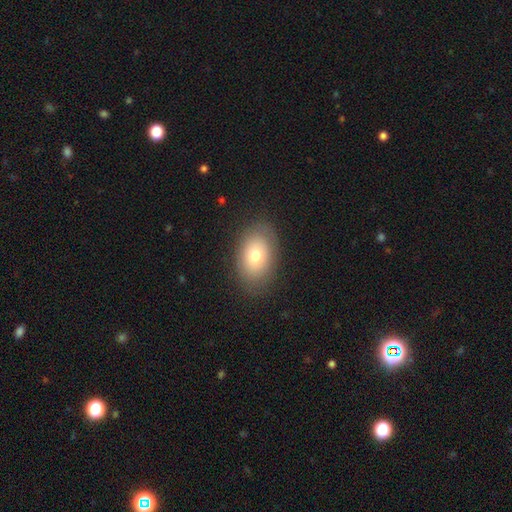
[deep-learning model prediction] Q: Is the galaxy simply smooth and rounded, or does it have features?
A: smooth — 74%.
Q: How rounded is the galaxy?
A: in between — 86%.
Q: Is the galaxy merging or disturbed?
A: none — 84%.